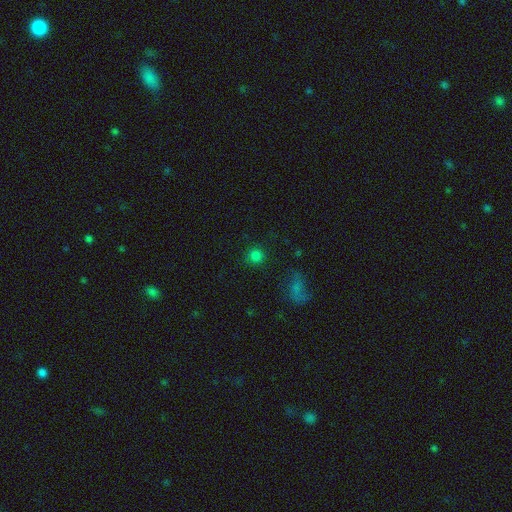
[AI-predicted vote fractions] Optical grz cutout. It shows a smooth galaxy with no disk features (79%) that is round (91%). Merging: none (85%).